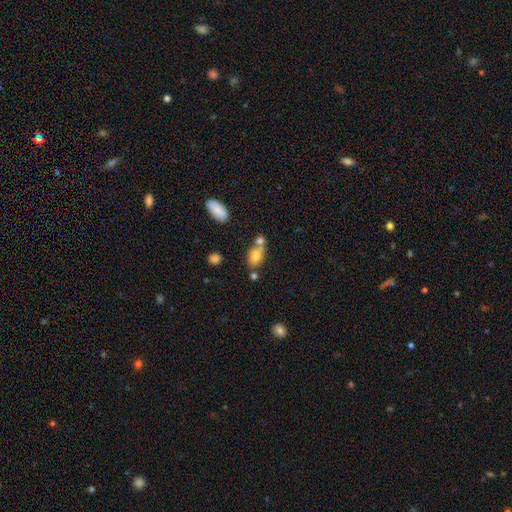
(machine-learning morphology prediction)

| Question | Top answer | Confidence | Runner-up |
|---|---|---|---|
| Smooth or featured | smooth | 75% | featured or disk (16%) |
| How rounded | in between | 78% | round (20%) |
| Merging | none | 47% | merger (36%) |